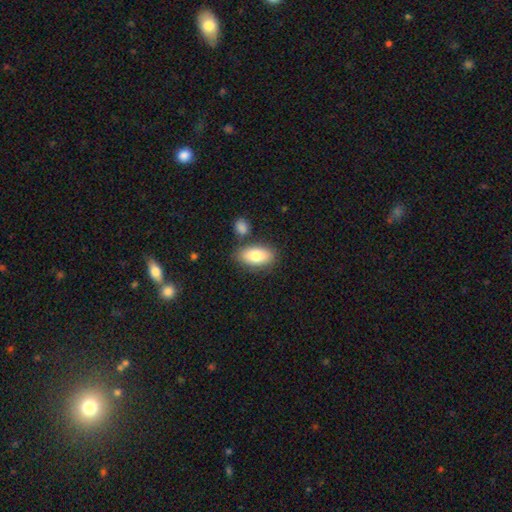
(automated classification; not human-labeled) Smooth or featured? Predicted: smooth (p=0.80). How rounded? Predicted: in between (p=0.92). Merging? Predicted: none (p=0.75).